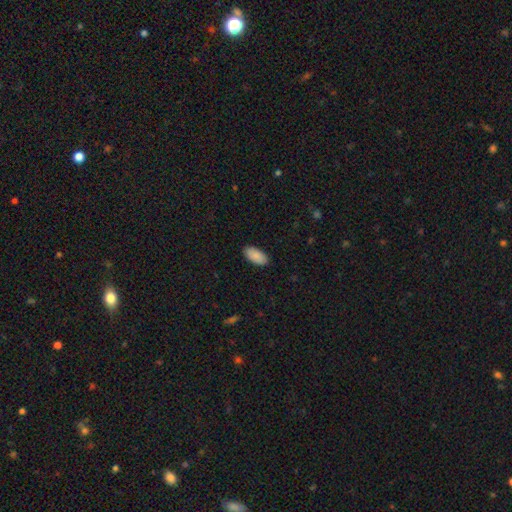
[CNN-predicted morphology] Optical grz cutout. It shows a smooth galaxy with no disk features (89%) that is in between round and cigar-shaped (95%). Merging: none (89%).